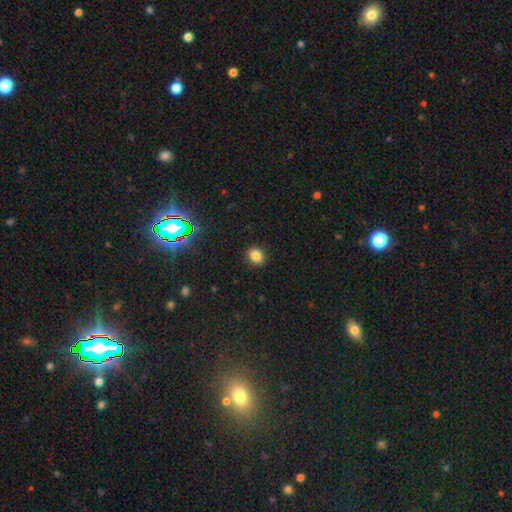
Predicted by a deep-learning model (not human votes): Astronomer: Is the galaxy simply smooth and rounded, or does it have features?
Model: smooth — 82%.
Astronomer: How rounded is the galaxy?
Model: in between — 57% (runner-up: round, 42%).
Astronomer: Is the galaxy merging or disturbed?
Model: none — 89%.